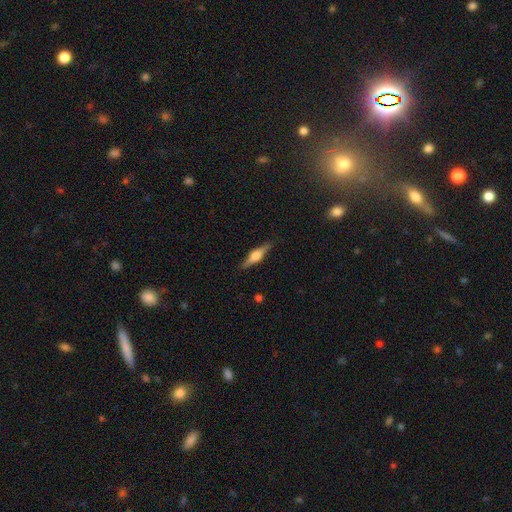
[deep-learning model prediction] Overall: featured or disk (68%). Edge-on disk: yes (97%). Edge-on bulge: rounded (90%). Merging: none (88%).